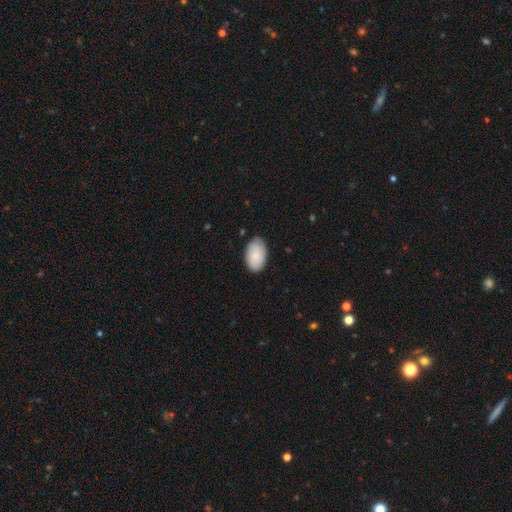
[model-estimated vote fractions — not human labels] This is clearly a smooth galaxy (83%). How rounded: clearly in between (93%). Merging: clearly none (82%).